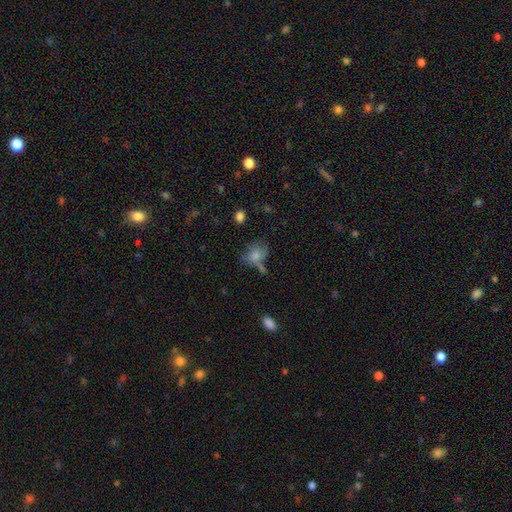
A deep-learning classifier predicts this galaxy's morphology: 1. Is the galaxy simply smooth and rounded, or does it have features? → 71% smooth, 18% featured or disk, 11% star or artifact.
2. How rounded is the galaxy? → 59% in between, 39% round, 2% cigar-shaped.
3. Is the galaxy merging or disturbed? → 42% none, 23% minor disturbance, 19% merger, 15% major disturbance.